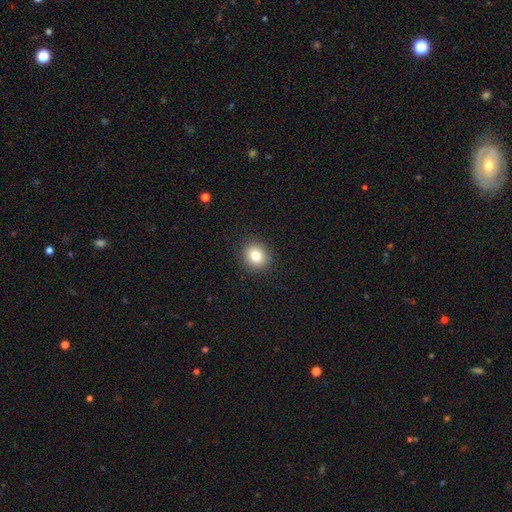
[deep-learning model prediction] A smooth galaxy with no disk features (83%) that is round (81%).

Vote fractions:
- Smooth or featured? smooth: 83% / star or artifact: 10% / featured or disk: 7%
- How rounded? round: 81% / in between: 18% / cigar-shaped: 1%
- Merging? none: 91% / minor disturbance: 6% / major disturbance: 2% / merger: 1%